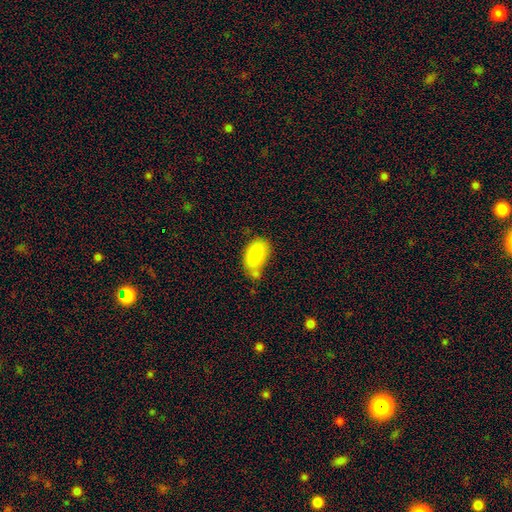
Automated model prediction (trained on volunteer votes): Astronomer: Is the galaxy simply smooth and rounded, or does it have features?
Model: smooth — 84%.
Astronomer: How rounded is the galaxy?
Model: in between — 92%.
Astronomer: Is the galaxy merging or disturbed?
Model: none — 43% (runner-up: minor disturbance, 27%).